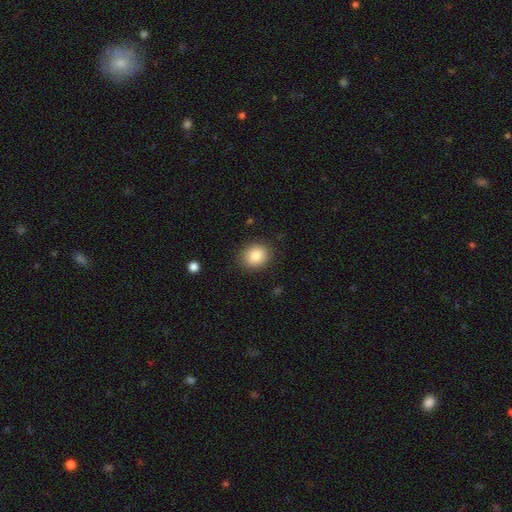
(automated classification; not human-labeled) Overall: smooth (84%). How rounded: round (70%; in between 30%). Merging: none (87%).